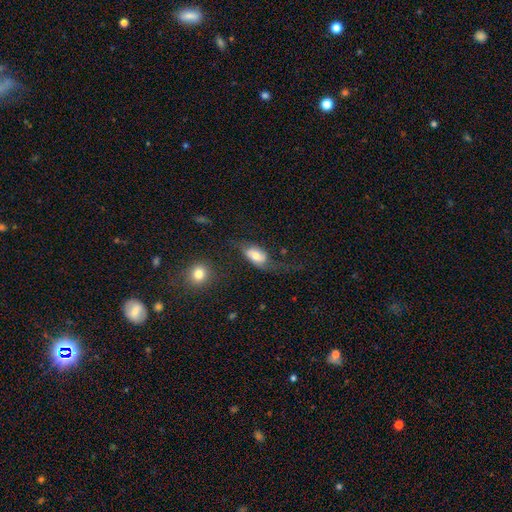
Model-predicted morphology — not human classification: A smooth galaxy with no disk features (56%) that is in between round and cigar-shaped (86%). Merging: none (39%).